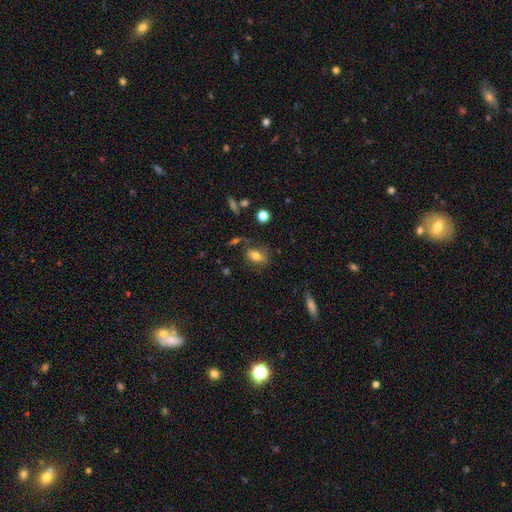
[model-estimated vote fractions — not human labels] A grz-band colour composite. It shows a smooth galaxy with no disk features (69%) that is in between round and cigar-shaped (81%). Merging: none (62%).